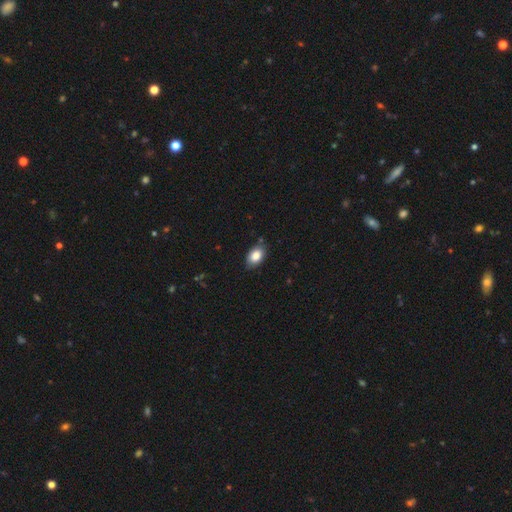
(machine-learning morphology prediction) Q: Smooth or featured?
A: smooth (85%); runner-up: star or artifact (8%)
Q: How rounded?
A: in between (88%); runner-up: round (10%)
Q: Merging?
A: none (82%); runner-up: minor disturbance (14%)